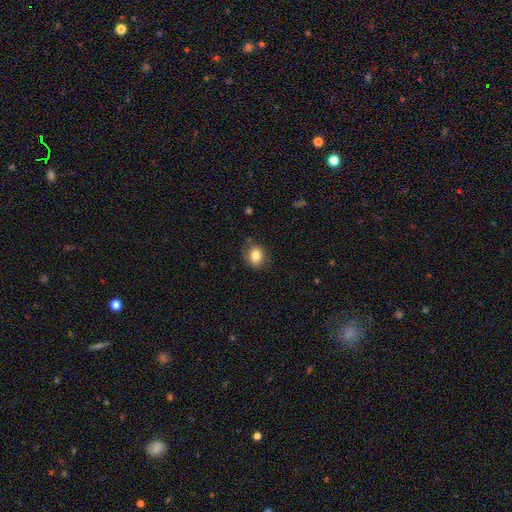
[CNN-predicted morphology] smooth 82%, star or artifact 9%, featured or disk 9%. Down the decision tree: how rounded — round (51%); merging — none (81%).